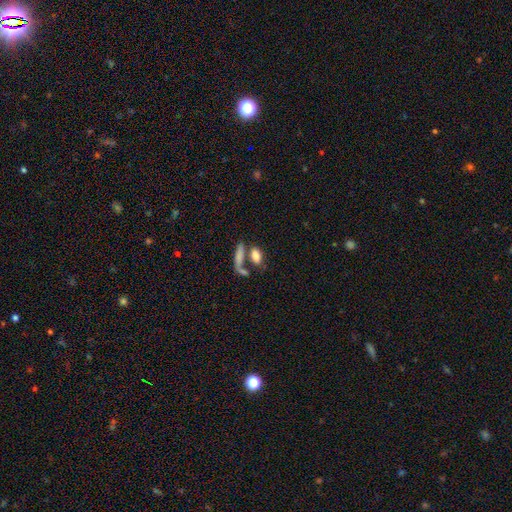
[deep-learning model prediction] This appears to be a smooth galaxy with no disk features (78%) that is in between round and cigar-shaped (79%). Merging: none (42%).